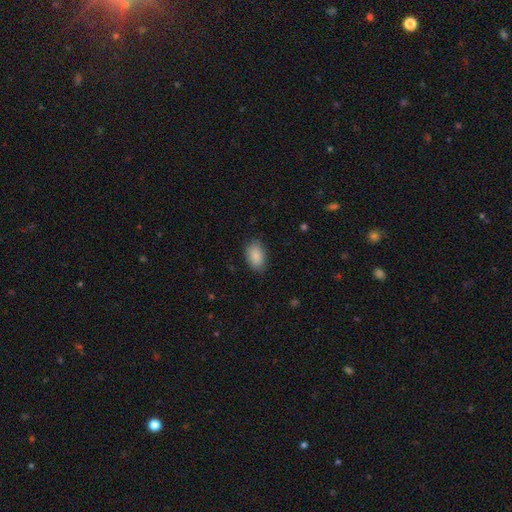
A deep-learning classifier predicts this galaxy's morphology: This appears to be a smooth galaxy with no disk features (88%) that is in between round and cigar-shaped (91%). Merging: none (81%).